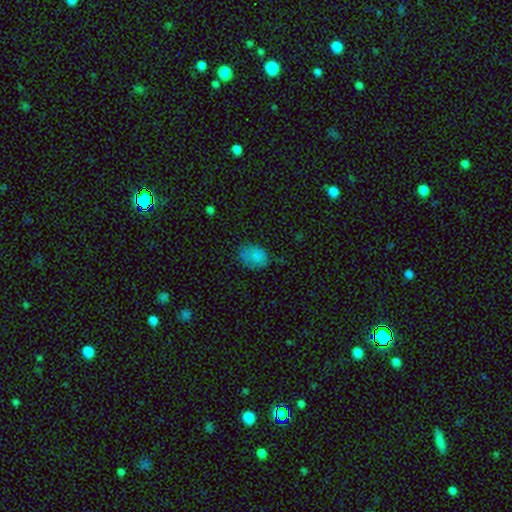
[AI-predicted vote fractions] A smooth galaxy with no disk features (80%) that is in between round and cigar-shaped (72%).

Vote fractions:
- Smooth or featured? smooth: 80% / star or artifact: 10% / featured or disk: 10%
- How rounded? in between: 72% / round: 27% / cigar-shaped: 1%
- Merging? none: 62% / minor disturbance: 29% / major disturbance: 7% / merger: 2%